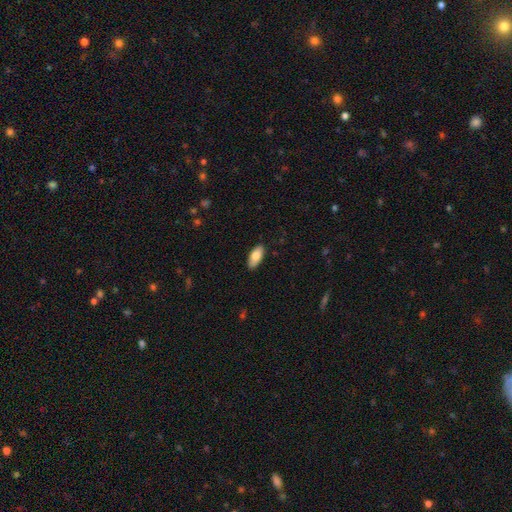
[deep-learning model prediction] smooth_or_featured: smooth (p=0.81) [alt: featured or disk p=0.13]
how_rounded: in between (p=0.89) [alt: cigar-shaped p=0.09]
merging: none (p=0.88) [alt: minor disturbance p=0.09]